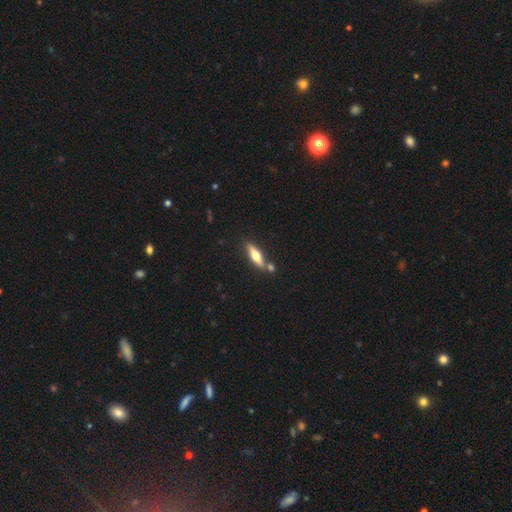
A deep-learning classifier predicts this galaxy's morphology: A featured or disk galaxy (47%, tied with smooth). Merging: none (74%).